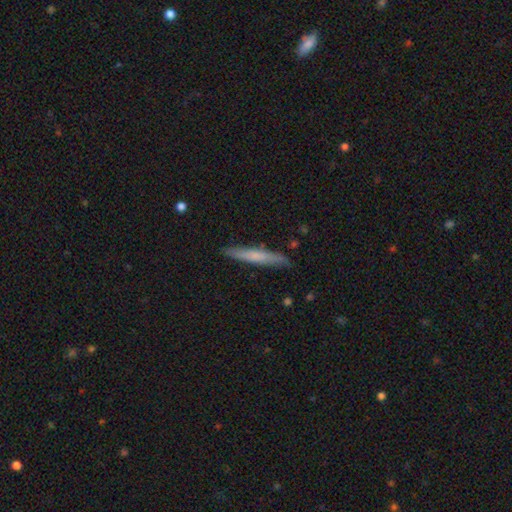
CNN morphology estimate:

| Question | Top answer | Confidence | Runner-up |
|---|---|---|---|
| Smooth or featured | smooth | 61% | featured or disk (33%) |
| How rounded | cigar-shaped | 95% | in between (4%) |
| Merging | none | 88% | minor disturbance (9%) |